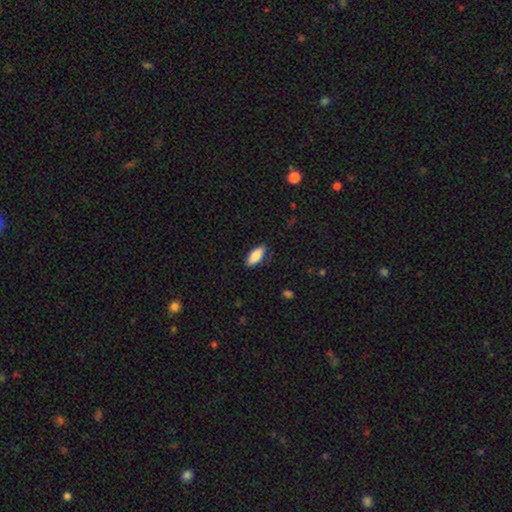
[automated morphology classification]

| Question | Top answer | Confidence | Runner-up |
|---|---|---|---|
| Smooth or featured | smooth | 85% | featured or disk (9%) |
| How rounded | in between | 79% | cigar-shaped (19%) |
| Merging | none | 86% | minor disturbance (11%) |